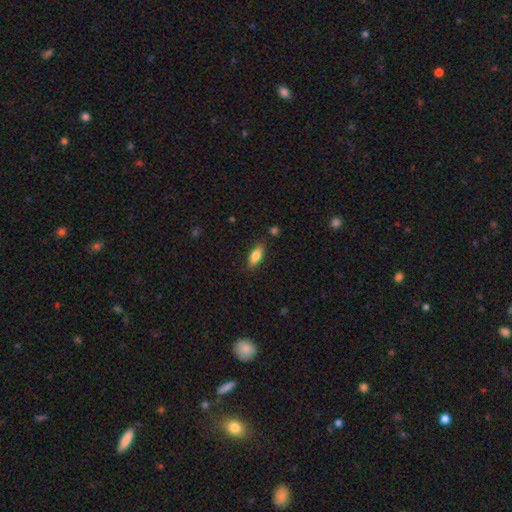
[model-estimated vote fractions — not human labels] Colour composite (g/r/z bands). It shows a smooth galaxy with no disk features (77%) that is in between round and cigar-shaped (77%). Merging: none (84%).